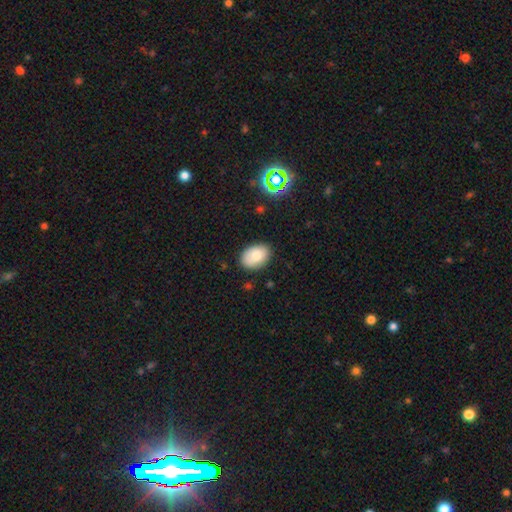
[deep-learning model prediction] smooth 80%, featured or disk 11%, star or artifact 9%. Down the decision tree: how rounded — in between (84%); merging — none (79%).